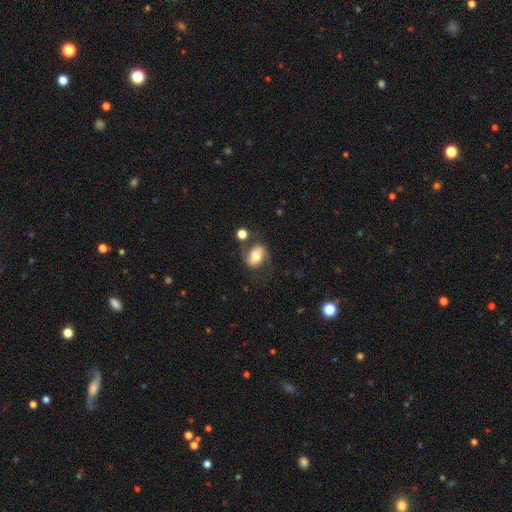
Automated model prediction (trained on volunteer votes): This appears to be a smooth galaxy with no disk features (49%). Merging: none (56%).